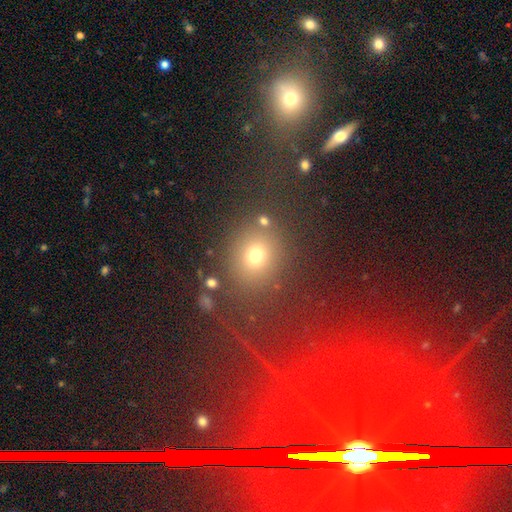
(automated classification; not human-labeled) Smooth or featured? smooth (59%)
How rounded? round (74%)
Merging? none (83%)